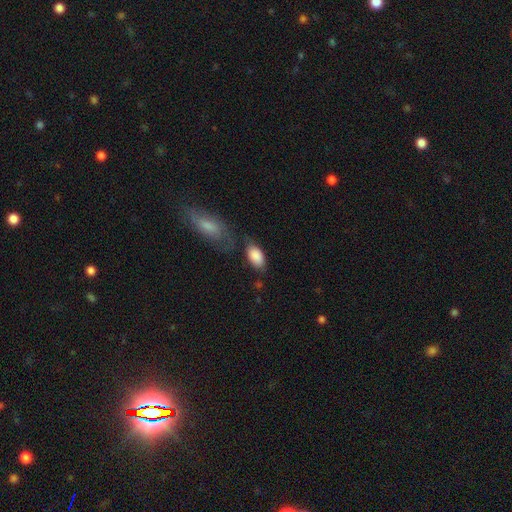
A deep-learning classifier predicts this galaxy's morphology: The model was most divided on "merging": none: 58%, minor disturbance: 22%, merger: 12%, major disturbance: 8%. More confident: how rounded — in between (94%); smooth or featured — smooth (88%).